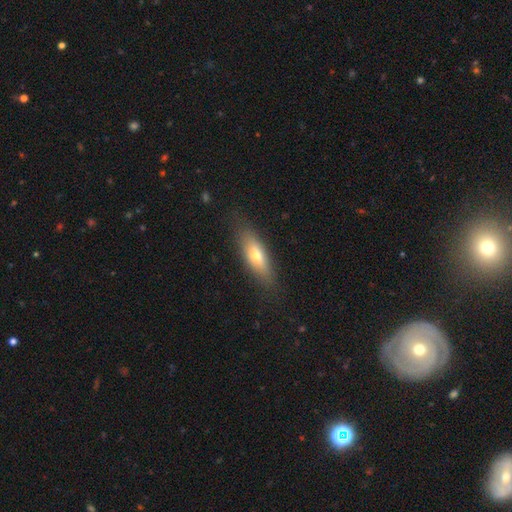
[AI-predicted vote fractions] smooth-or-featured: smooth: 64% | featured or disk: 29% | star or artifact: 7%
  how-rounded: in between: 56% | cigar-shaped: 40% | round: 3%
  merging: none: 83% | minor disturbance: 12% | major disturbance: 4% | merger: 1%